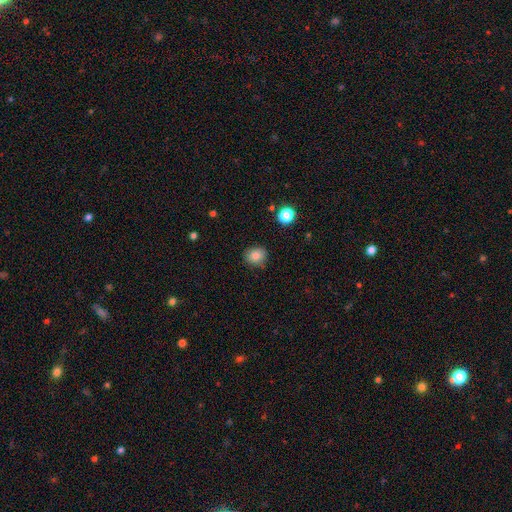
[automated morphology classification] This is clearly a smooth galaxy (84%). How rounded: likely round (64%). Merging: clearly none (81%).